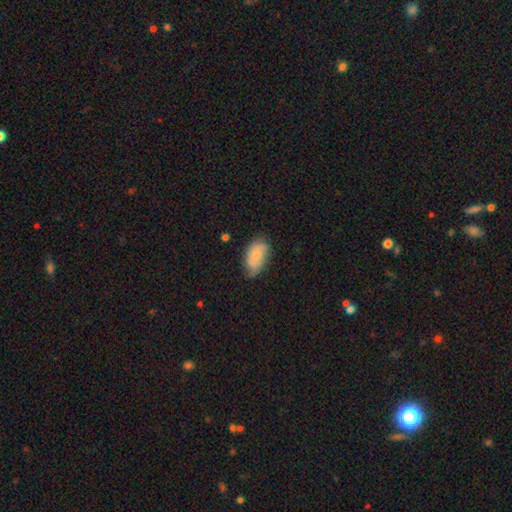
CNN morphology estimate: Smooth or featured?
  - smooth: 71% *
  - featured or disk: 22%
  - star or artifact: 7%
How rounded?
  - in between: 92% *
  - round: 6%
  - cigar-shaped: 2%
Merging?
  - none: 59% *
  - minor disturbance: 31%
  - major disturbance: 7%
  - merger: 2%